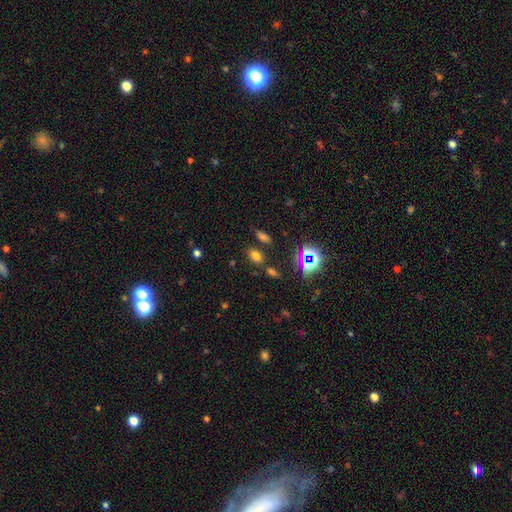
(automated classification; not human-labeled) smooth 67%, star or artifact 26%, featured or disk 8%. Down the decision tree: how rounded — in between (82%); merging — none (79%).